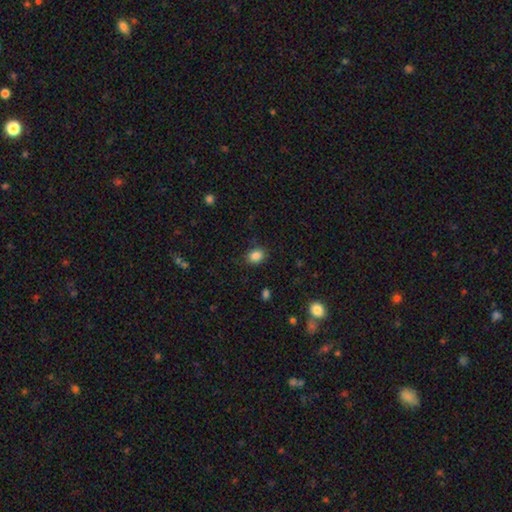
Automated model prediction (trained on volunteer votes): Morphology: type=smooth (85%); roundness=in between (54%); merging=none (84%).